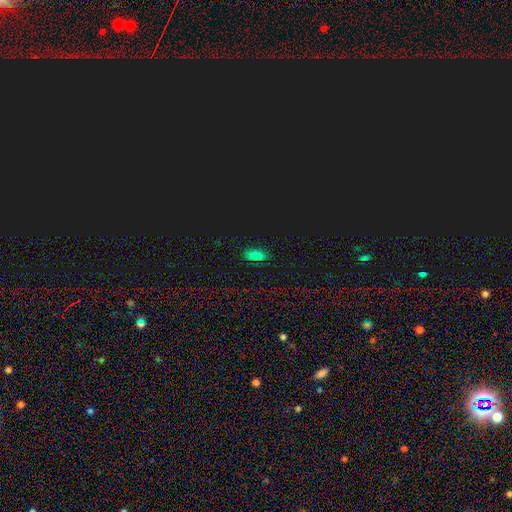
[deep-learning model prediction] smooth-or-featured: smooth: 55% | star or artifact: 38% | featured or disk: 7%
  how-rounded: in between: 83% | cigar-shaped: 9% | round: 8%
  merging: none: 83% | minor disturbance: 11% | major disturbance: 3% | merger: 2%